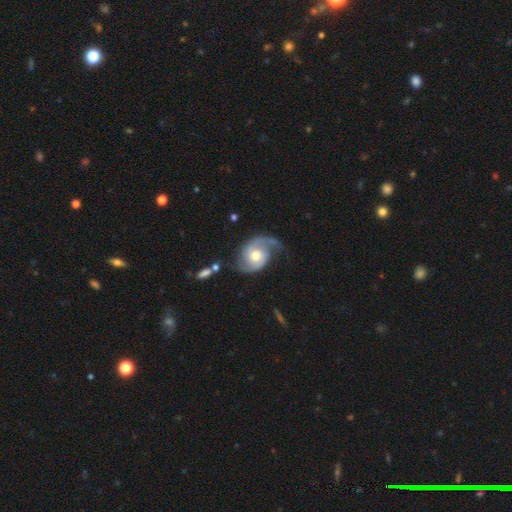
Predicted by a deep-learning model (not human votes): A featured or disk galaxy (88%) with no bar (66%), 2 (88%) medium (48%) spiral arms (97%) and a moderate central bulge (73%). Merging: none (64%).